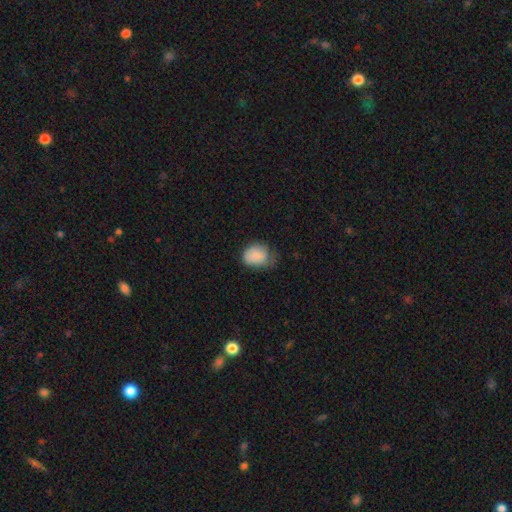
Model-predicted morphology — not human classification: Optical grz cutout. It shows a smooth galaxy with no disk features (82%) that is in between round and cigar-shaped (54%). Merging: none (45%).